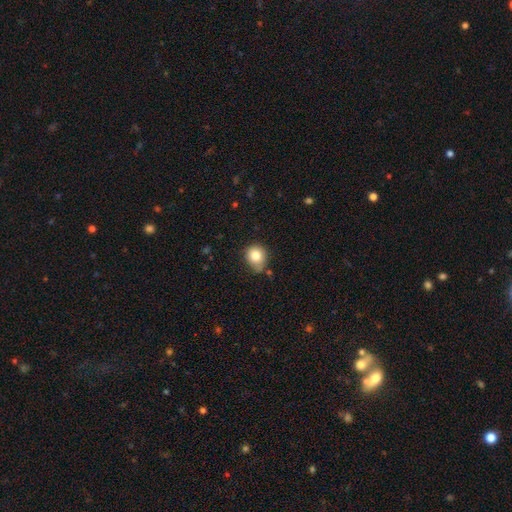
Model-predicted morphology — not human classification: Overall: smooth (81%). How rounded: round (78%). Merging: none (65%).